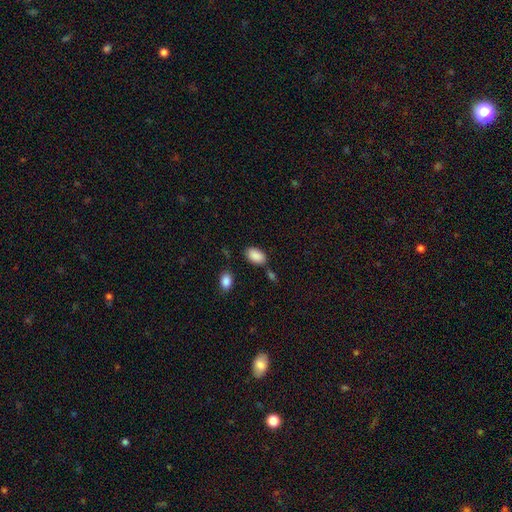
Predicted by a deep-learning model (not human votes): A smooth galaxy with no disk features (89%) that is in between round and cigar-shaped (92%). Merging: none (74%).